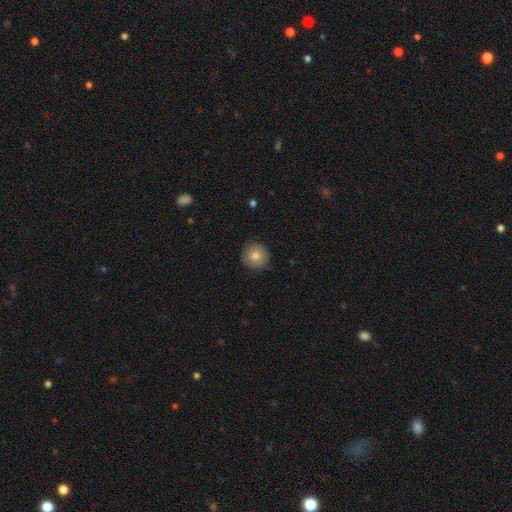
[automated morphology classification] Smooth or featured?
  - smooth: 82% *
  - featured or disk: 9%
  - star or artifact: 9%
How rounded?
  - round: 94% *
  - in between: 5%
  - cigar-shaped: 1%
Merging?
  - none: 89% *
  - minor disturbance: 8%
  - major disturbance: 2%
  - merger: 1%